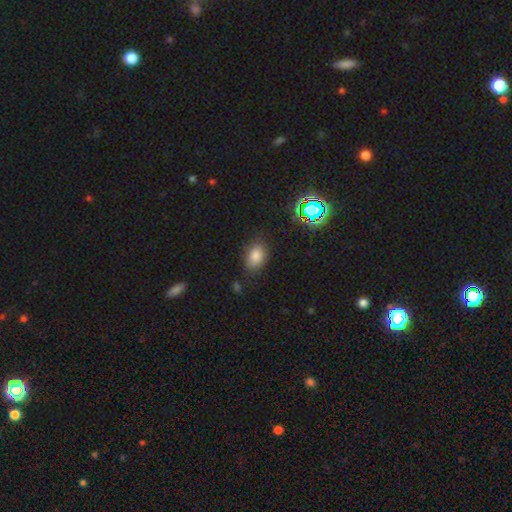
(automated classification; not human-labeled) Overall: smooth (78%). How rounded: in between (83%). Merging: none (79%).